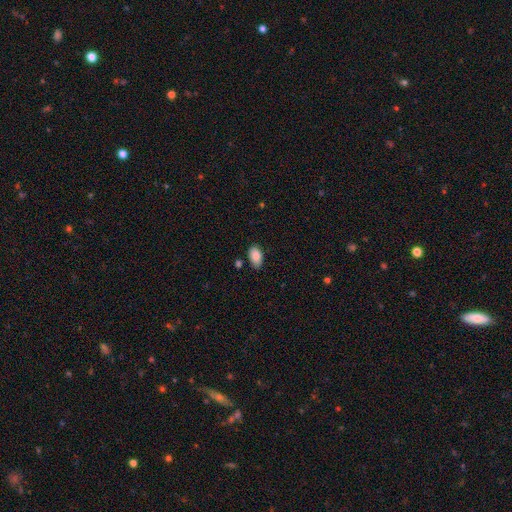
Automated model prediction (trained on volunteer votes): Overall: smooth (88%). How rounded: in between (93%). Merging: none (78%).